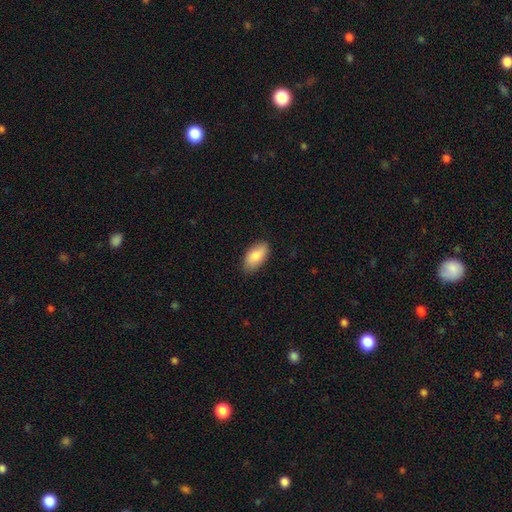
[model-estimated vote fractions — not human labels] Morphology: type=smooth (86%); roundness=in between (93%); merging=none (84%).